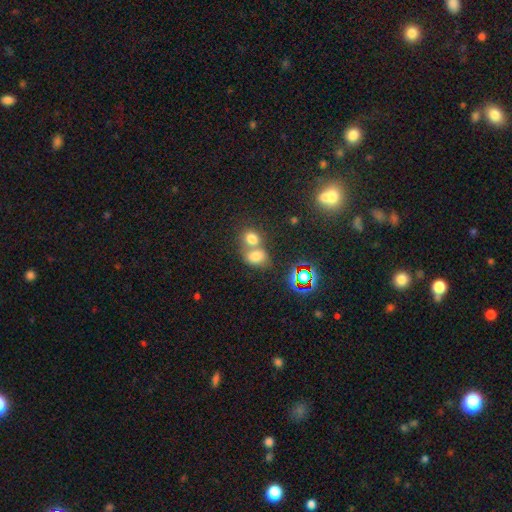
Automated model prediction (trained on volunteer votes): Smooth or featured: smooth — 70% (star or artifact — 18%)
How rounded: in between — 56% (round — 43%)
Merging: merger — 59% (none — 29%)